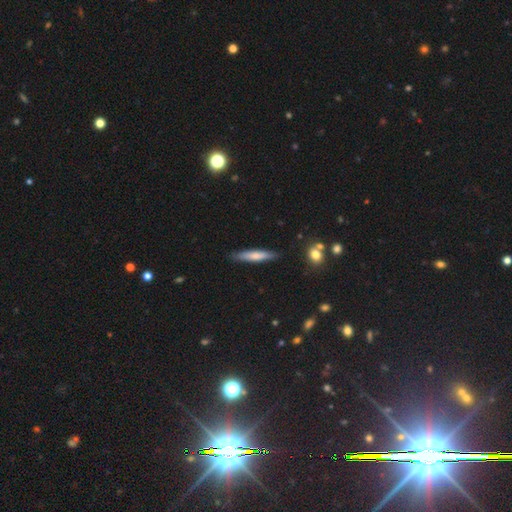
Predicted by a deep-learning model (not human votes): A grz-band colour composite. It shows a smooth galaxy with no disk features (66%) that is cigar-shaped (89%). Merging: none (87%).